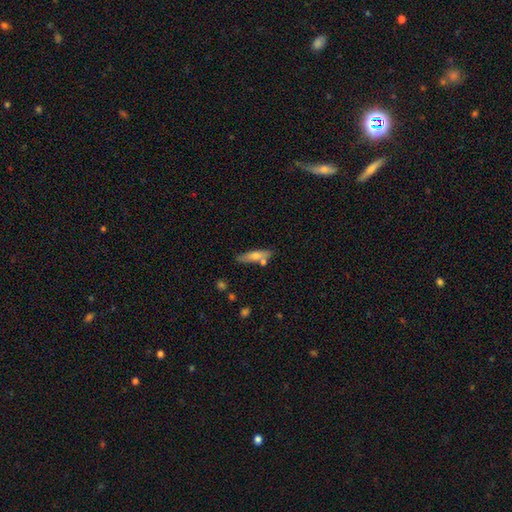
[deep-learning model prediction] smooth-or-featured: smooth: 59% | featured or disk: 34% | star or artifact: 7%
  how-rounded: cigar-shaped: 70% | in between: 28% | round: 3%
  merging: none: 73% | minor disturbance: 13% | merger: 11% | major disturbance: 3%